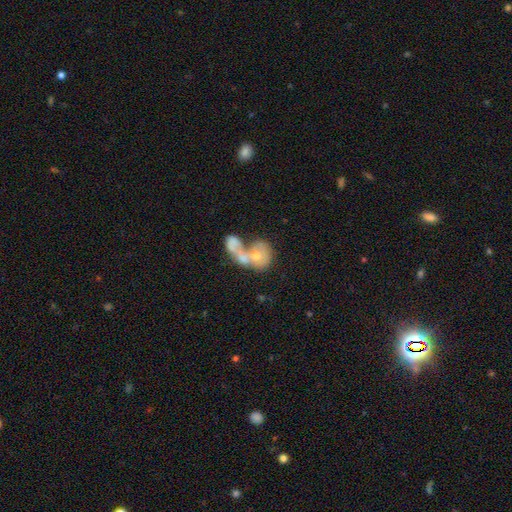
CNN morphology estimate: Smooth or featured?
  - featured or disk: 47% *
  - smooth: 42%
  - star or artifact: 11%
Merging?
  - merger: 72% *
  - none: 13%
  - major disturbance: 10%
  - minor disturbance: 6%